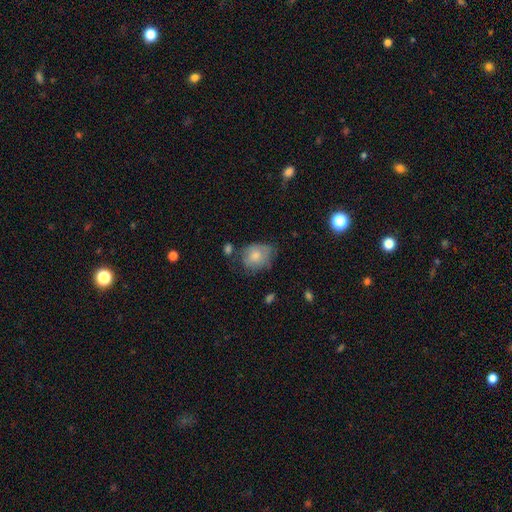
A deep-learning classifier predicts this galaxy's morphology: smooth_or_featured: smooth (p=0.70) [alt: featured or disk p=0.22]
how_rounded: in between (p=0.53) [alt: round p=0.46]
merging: none (p=0.47) [alt: minor disturbance p=0.34]